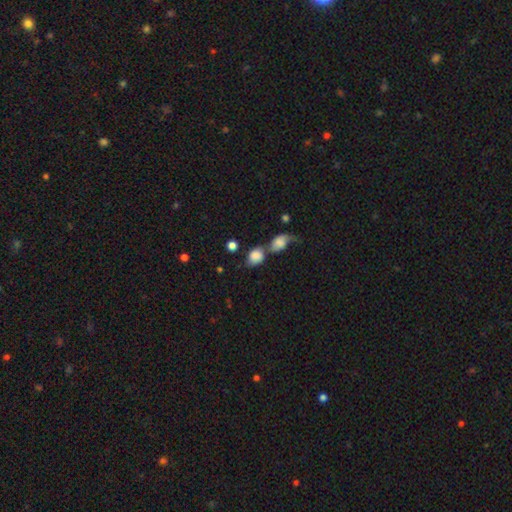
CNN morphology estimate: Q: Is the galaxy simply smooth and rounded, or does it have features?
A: smooth — 80%.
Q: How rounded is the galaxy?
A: in between — 57%.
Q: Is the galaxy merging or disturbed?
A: merger — 56%.